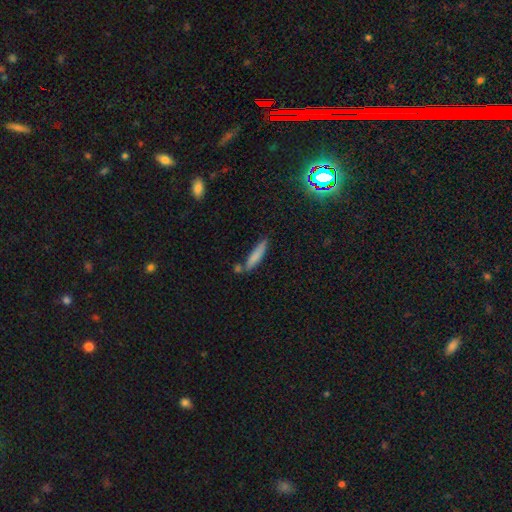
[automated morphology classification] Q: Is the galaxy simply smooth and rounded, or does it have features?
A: smooth — 78%.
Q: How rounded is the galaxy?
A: cigar-shaped — 85%.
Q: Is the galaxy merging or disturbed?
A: none — 66%.